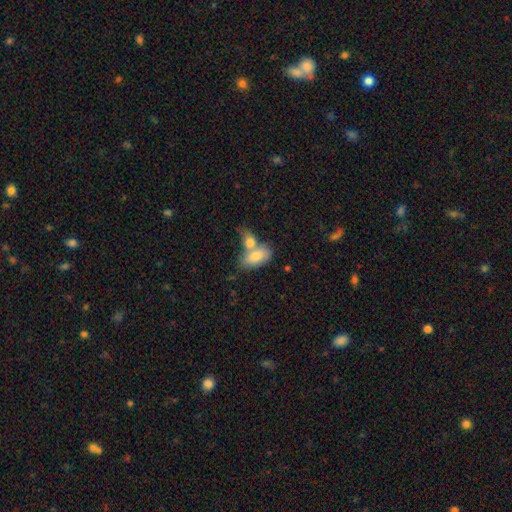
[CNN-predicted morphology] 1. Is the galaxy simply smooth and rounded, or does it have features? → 78% smooth, 16% featured or disk, 6% star or artifact.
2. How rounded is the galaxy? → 91% in between, 5% cigar-shaped, 4% round.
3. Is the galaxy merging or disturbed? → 57% merger, 30% none, 10% minor disturbance, 4% major disturbance.